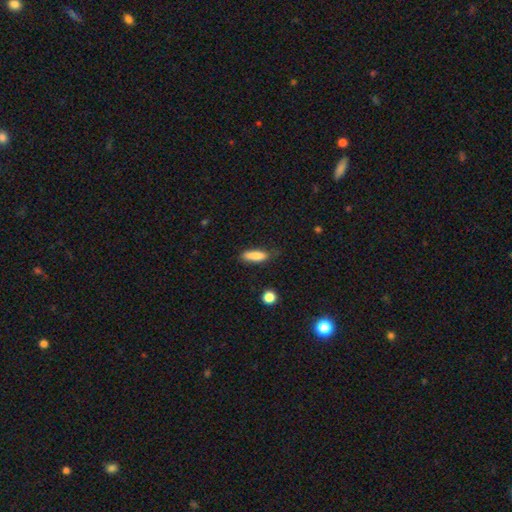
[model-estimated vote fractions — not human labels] Morphology: type=smooth (83%); roundness=cigar-shaped (51%); merging=none (70%).